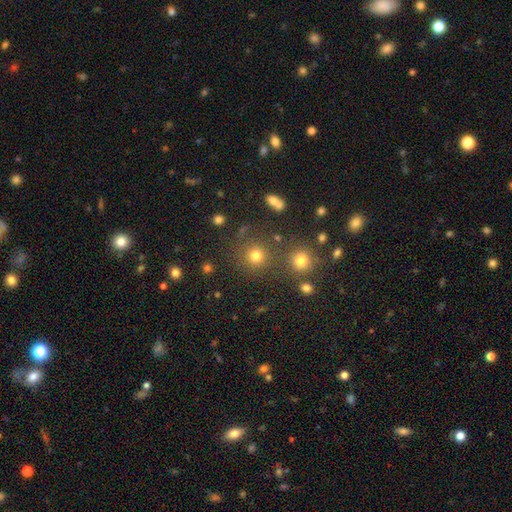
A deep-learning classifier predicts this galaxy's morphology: A smooth galaxy with no disk features (75%) that is round (92%).

Vote fractions:
- Smooth or featured? smooth: 75% / star or artifact: 18% / featured or disk: 7%
- How rounded? round: 92% / in between: 7% / cigar-shaped: 1%
- Merging? none: 79% / merger: 9% / minor disturbance: 8% / major disturbance: 4%